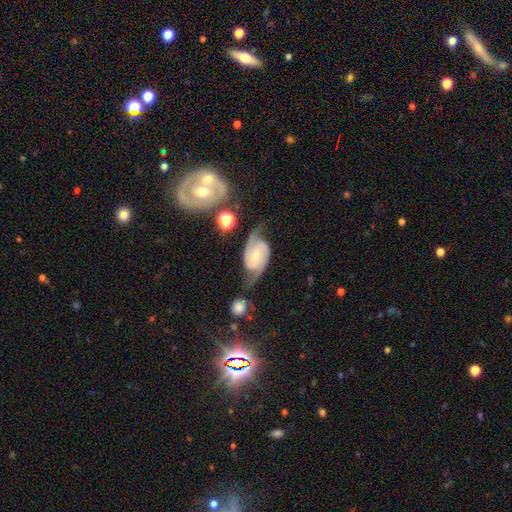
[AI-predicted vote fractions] Morphology: type=featured or disk (87%); edge-on=no (97%); bar=no (47%); spiral arms=yes (97%); winding=medium (49%); arm count=2 (92%); bulge=small (62%); merging=none (59%).